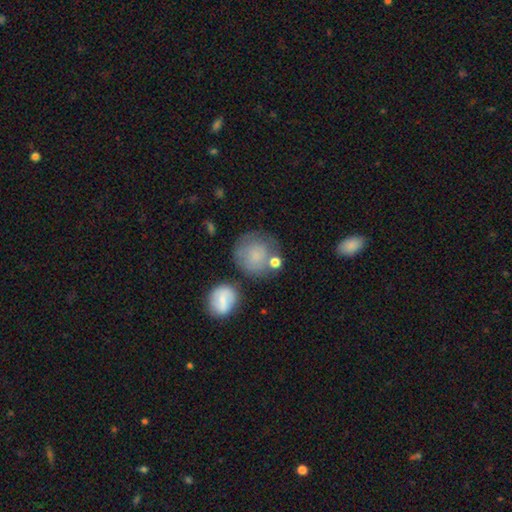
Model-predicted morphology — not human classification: Smooth or featured?
  - smooth: 75% *
  - featured or disk: 17%
  - star or artifact: 8%
How rounded?
  - round: 89% *
  - in between: 10%
  - cigar-shaped: 1%
Merging?
  - none: 61% *
  - minor disturbance: 19%
  - merger: 12%
  - major disturbance: 9%